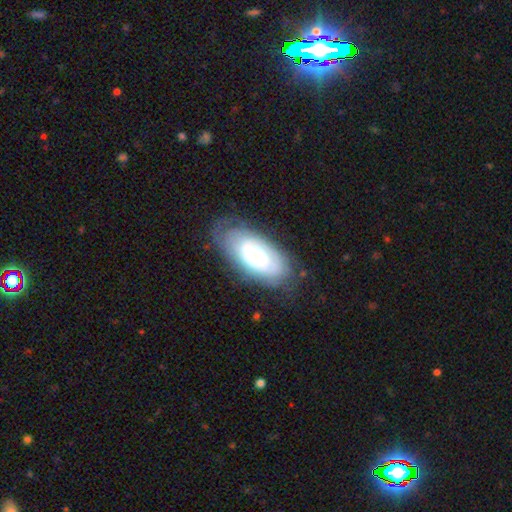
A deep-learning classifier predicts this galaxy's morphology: Smooth or featured? featured or disk (59%)
Edge-on disk? no (91%)
Bar? no (54%)
Spiral arms? yes (77%)
Bulge size? moderate (46%)
Merging? none (66%)